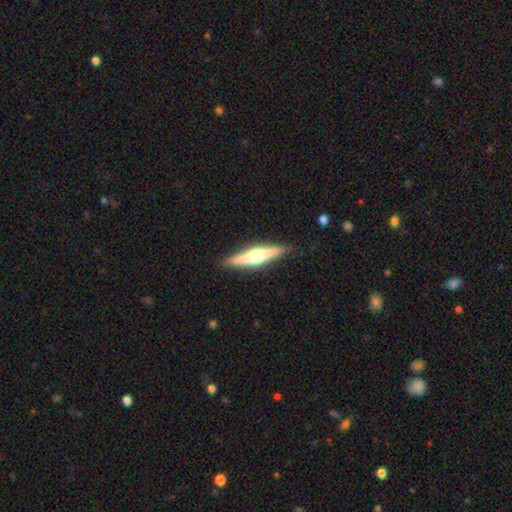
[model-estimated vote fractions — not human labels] This appears to be a featured or disk galaxy (68%) viewed edge-on (97%) with a rounded central bulge (93%). Merging: none (90%).